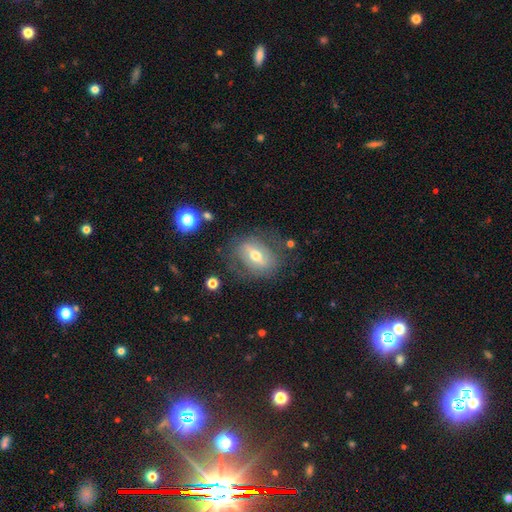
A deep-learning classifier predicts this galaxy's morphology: Q: Smooth or featured?
A: featured or disk (61%); runner-up: smooth (31%)
Q: Edge-on disk?
A: no (87%); runner-up: yes (13%)
Q: Bar?
A: strong (46%); runner-up: weak (35%)
Q: Spiral arms?
A: no (55%); runner-up: yes (45%)
Q: Bulge size?
A: moderate (73%); runner-up: small (17%)
Q: Merging?
A: none (69%); runner-up: minor disturbance (18%)